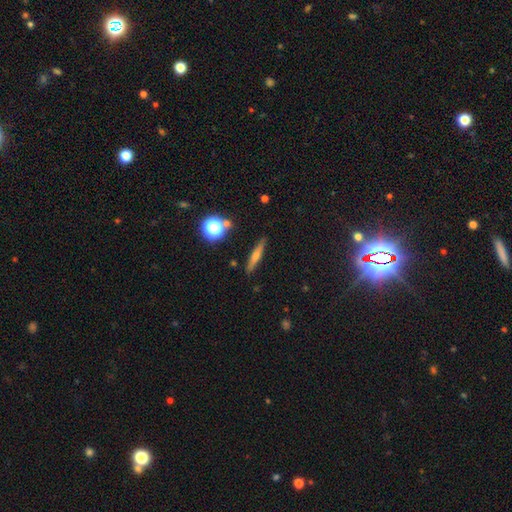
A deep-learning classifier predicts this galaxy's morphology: featured or disk 45%, smooth 44%, star or artifact 11%. Down the decision tree: merging — none (88%).